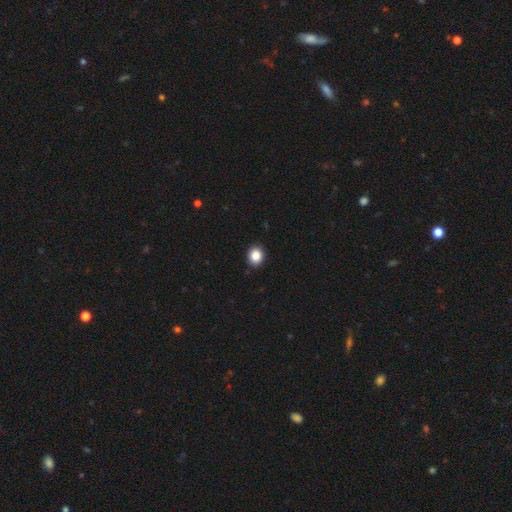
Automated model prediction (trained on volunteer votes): Morphology: type=smooth (86%); roundness=round (69%); merging=none (91%).